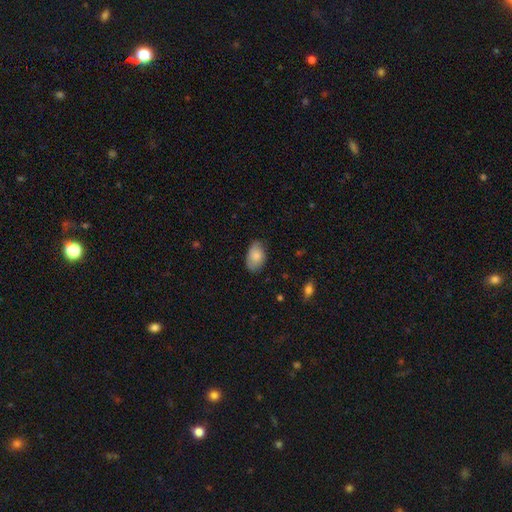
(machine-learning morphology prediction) type=smooth (82%); roundness=in between (91%); merging=none (72%).